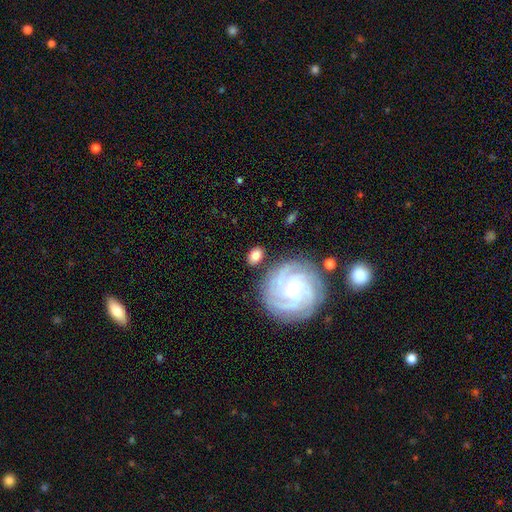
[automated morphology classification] smooth-or-featured: featured or disk: 47% | smooth: 44% | star or artifact: 9%
  merging: none: 79% | minor disturbance: 13% | merger: 4% | major disturbance: 4%